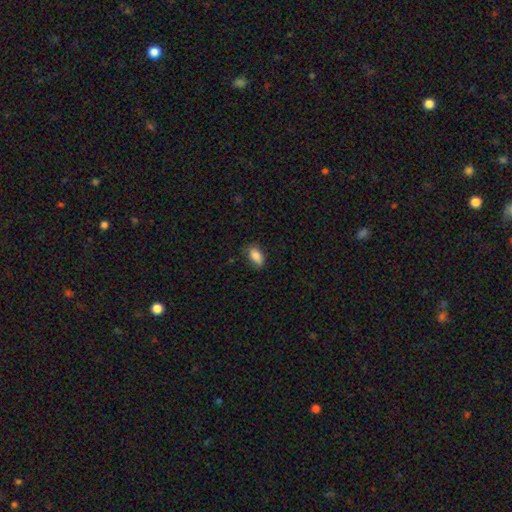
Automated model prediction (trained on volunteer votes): The model was most divided on "merging": none: 74%, minor disturbance: 21%, major disturbance: 4%, merger: 1%. More confident: how rounded — in between (91%); smooth or featured — smooth (85%).